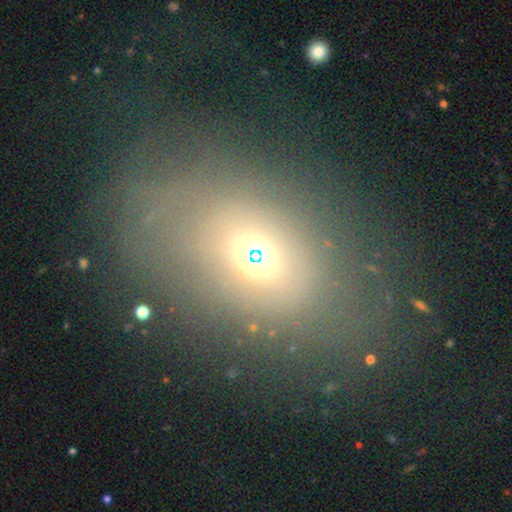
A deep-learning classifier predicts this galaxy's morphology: A smooth galaxy with no disk features (50%) that is in between round and cigar-shaped (75%). Merging: none (66%).